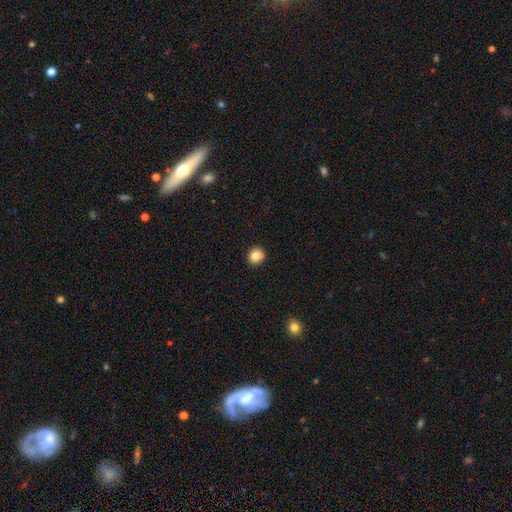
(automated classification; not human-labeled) smooth 81%, star or artifact 11%, featured or disk 8%. Down the decision tree: how rounded — round (83%); merging — none (79%).